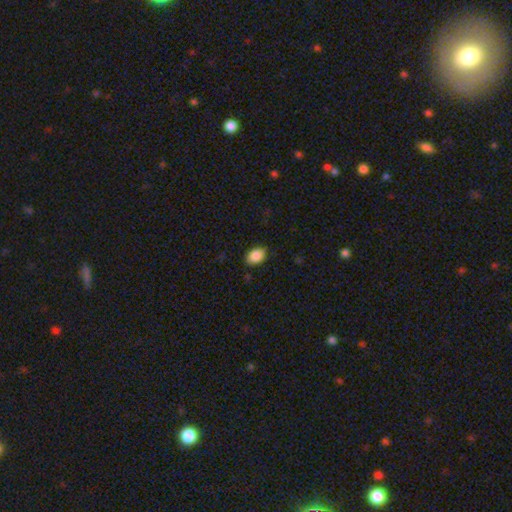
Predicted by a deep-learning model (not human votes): Overall: smooth (87%). How rounded: in between (77%). Merging: none (77%).